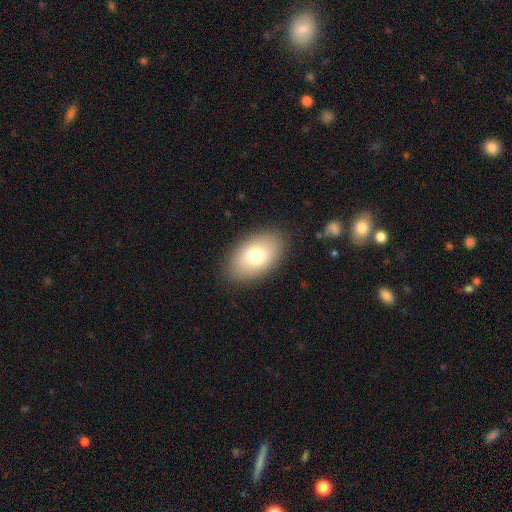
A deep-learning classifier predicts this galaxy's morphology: The model was most divided on "smooth or featured": smooth: 75%, featured or disk: 17%, star or artifact: 8%. More confident: how rounded — in between (91%); merging — none (87%).